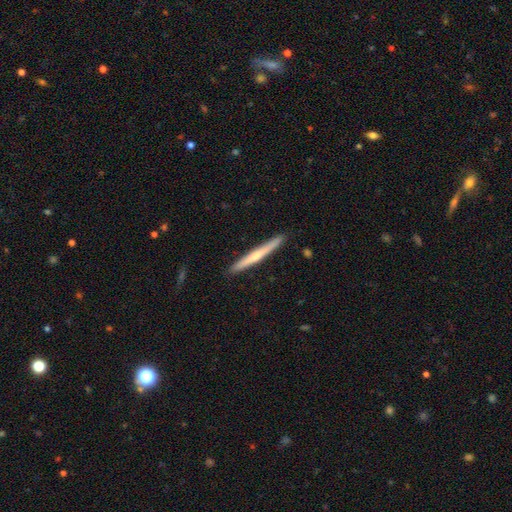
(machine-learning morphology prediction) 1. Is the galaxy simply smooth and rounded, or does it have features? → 53% featured or disk, 42% smooth, 5% star or artifact.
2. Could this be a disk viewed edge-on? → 97% yes, 3% no.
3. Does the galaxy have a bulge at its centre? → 60% rounded, 36% none, 4% boxy.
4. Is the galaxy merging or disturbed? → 92% none, 6% minor disturbance, 1% major disturbance, 1% merger.